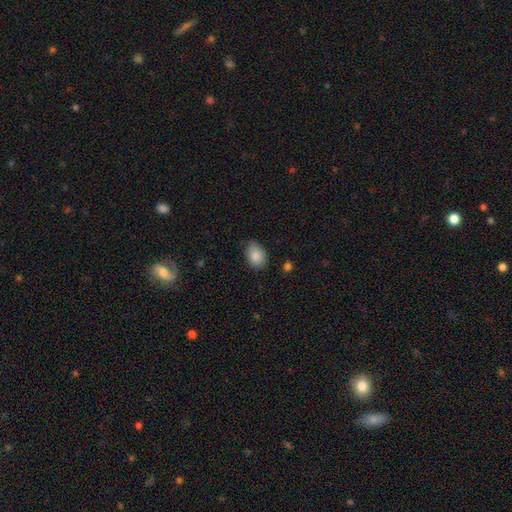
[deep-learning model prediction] Morphology: type=smooth (87%); roundness=in between (81%); merging=none (75%).